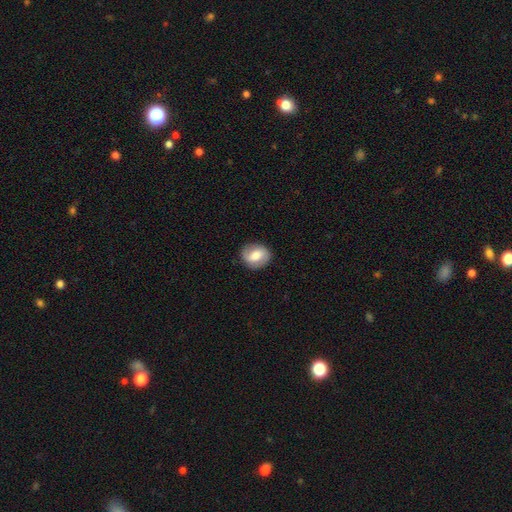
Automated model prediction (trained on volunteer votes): smooth 49%, featured or disk 44%, star or artifact 7%. Down the decision tree: merging — none (86%).